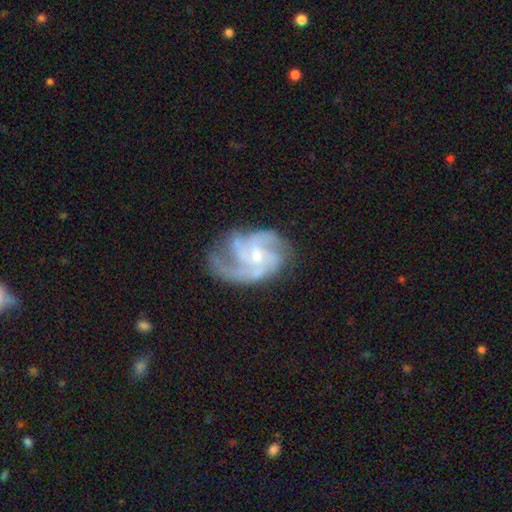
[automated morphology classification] Overall: featured or disk (88%). Edge-on disk: no (98%). Bar: no (56%; weak 38%). Spiral arms: yes (97%). Spiral arm count: 3 (46%; 4 19%). Spiral winding: medium (50%; tight 36%). Bulge size: small (60%; moderate 32%). Merging: none (61%; minor disturbance 22%).